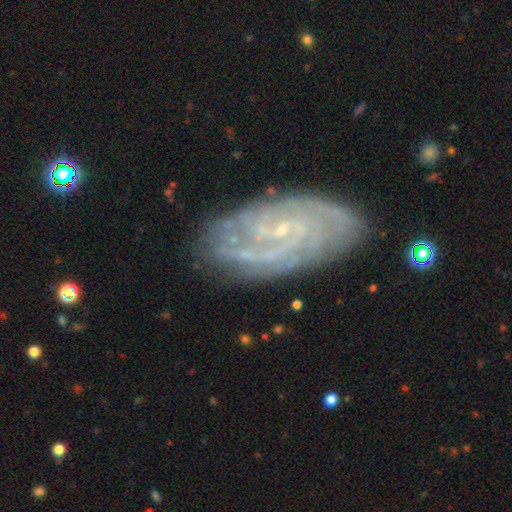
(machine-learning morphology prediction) featured or disk 86%, smooth 8%, star or artifact 6%. Down the decision tree: edge-on disk — no (96%); bar — weak (44%, tied with no); spiral arms — yes (96%); spiral arm count — 2 (28%); spiral winding — tight (60%); bulge size — small (81%); merging — none (77%).